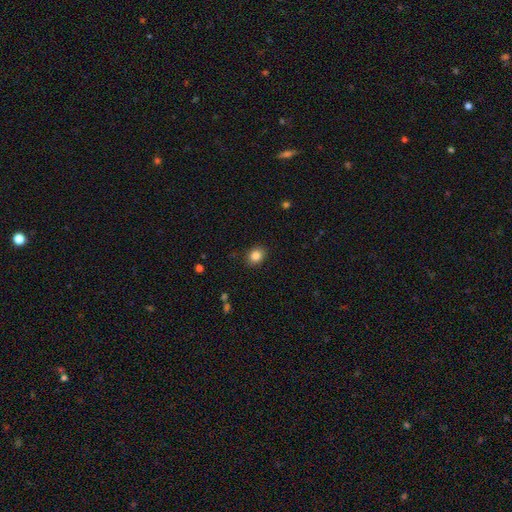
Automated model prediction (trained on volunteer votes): Q: Smooth or featured?
A: smooth (85%); runner-up: star or artifact (10%)
Q: How rounded?
A: round (52%); runner-up: in between (47%)
Q: Merging?
A: none (88%); runner-up: minor disturbance (8%)